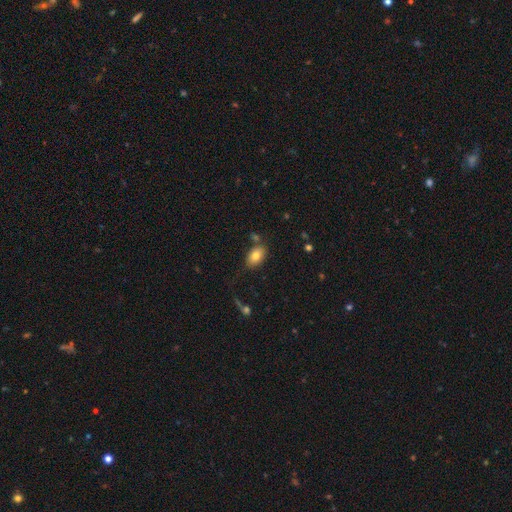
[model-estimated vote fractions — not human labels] The model was most divided on "merging": none: 76%, minor disturbance: 13%, merger: 7%, major disturbance: 4%. More confident: how rounded — in between (91%); smooth or featured — smooth (81%).